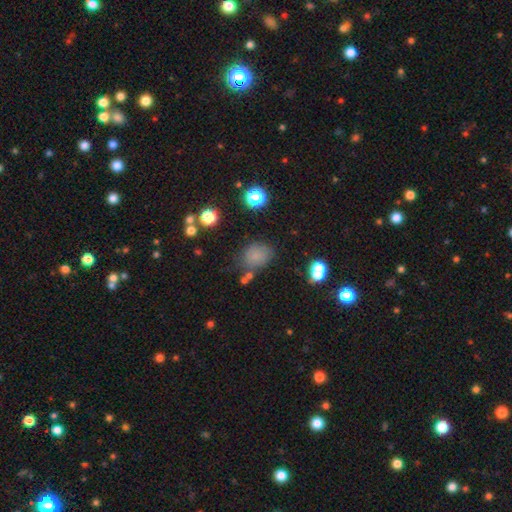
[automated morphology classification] type=smooth (76%); roundness=round (49%, tied with in between); merging=none (67%).